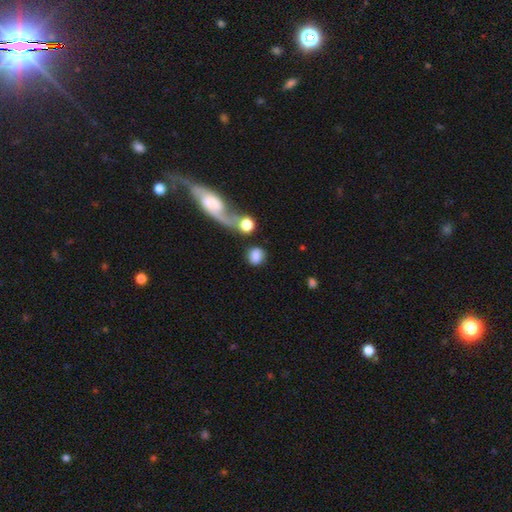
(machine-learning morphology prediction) A smooth galaxy with no disk features (75%) that is round (67%).

Vote fractions:
- Smooth or featured? smooth: 75% / featured or disk: 16% / star or artifact: 9%
- How rounded? round: 67% / in between: 30% / cigar-shaped: 2%
- Merging? none: 60% / merger: 15% / minor disturbance: 14% / major disturbance: 11%